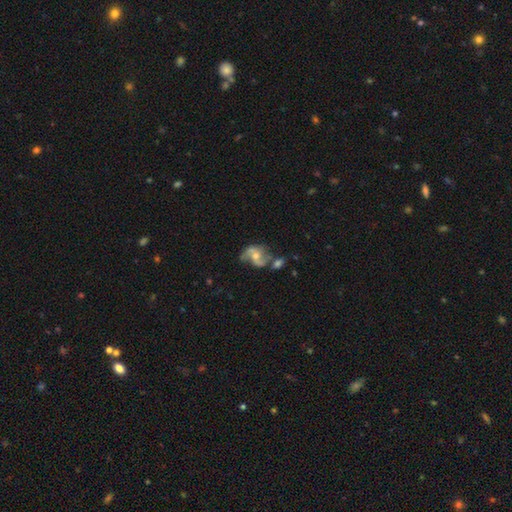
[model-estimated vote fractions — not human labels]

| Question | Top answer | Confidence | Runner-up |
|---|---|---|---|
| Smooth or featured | featured or disk | 75% | smooth (17%) |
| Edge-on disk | no | 97% | yes (3%) |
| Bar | no | 56% | weak (35%) |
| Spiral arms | yes | 89% | no (11%) |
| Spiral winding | loose | 52% | medium (38%) |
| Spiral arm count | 2 | 83% | can't tell (6%) |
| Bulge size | moderate | 56% | small (34%) |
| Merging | none | 41% | merger (22%) |